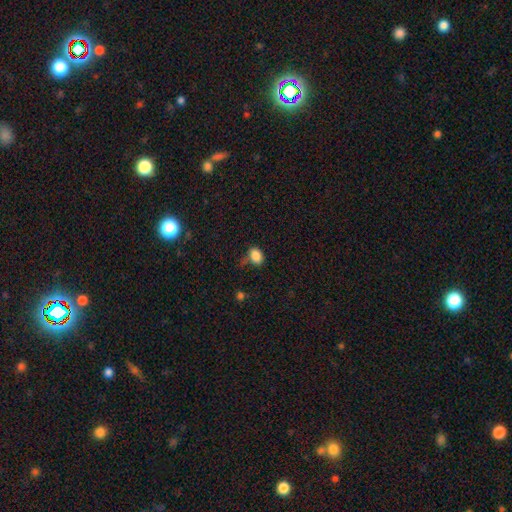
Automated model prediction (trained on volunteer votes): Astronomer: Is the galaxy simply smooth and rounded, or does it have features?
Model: smooth — 86%.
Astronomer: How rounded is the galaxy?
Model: in between — 73%.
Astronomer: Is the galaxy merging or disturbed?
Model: none — 66%.